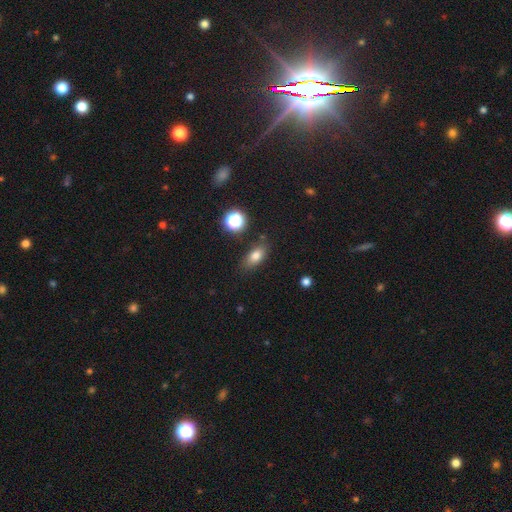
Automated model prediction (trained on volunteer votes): Smooth or featured? Predicted: smooth (p=0.77). How rounded? Predicted: in between (p=0.80). Merging? Predicted: none (p=0.80).